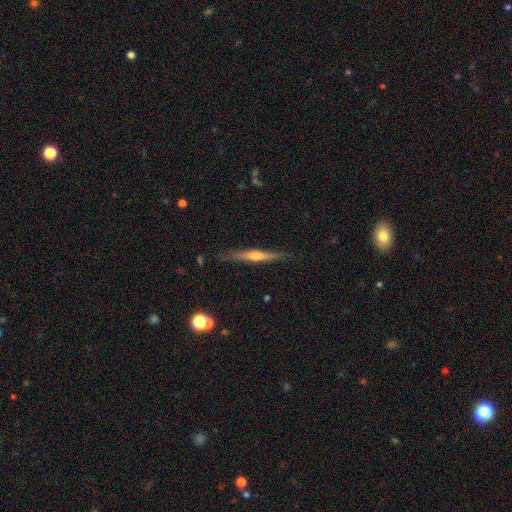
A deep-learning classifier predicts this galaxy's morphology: smooth-or-featured: featured or disk: 64% | smooth: 30% | star or artifact: 6%
  disk-edge-on: yes: 97% | no: 3%
    edge-on-bulge: rounded: 82% | none: 13% | boxy: 5%
  merging: none: 85% | minor disturbance: 11% | major disturbance: 2% | merger: 1%